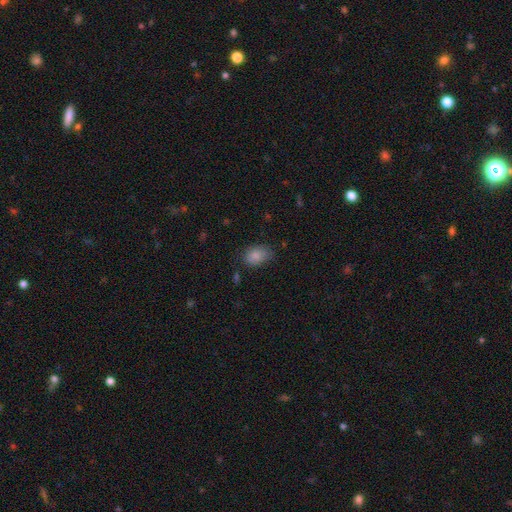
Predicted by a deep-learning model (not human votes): Smooth or featured? smooth (84%)
How rounded? in between (76%)
Merging? none (68%)